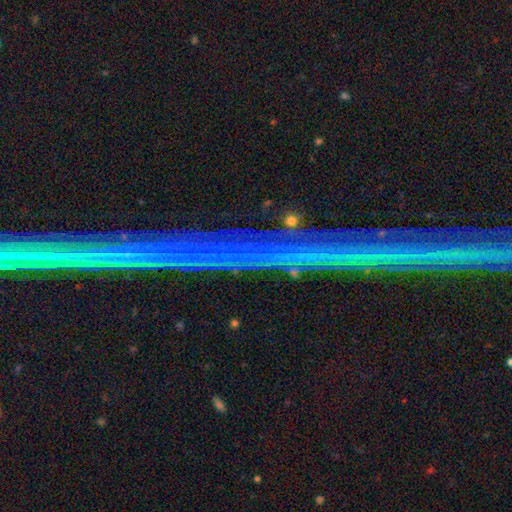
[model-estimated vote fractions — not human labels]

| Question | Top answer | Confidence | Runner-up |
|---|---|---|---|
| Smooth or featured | star or artifact | 74% | featured or disk (15%) |